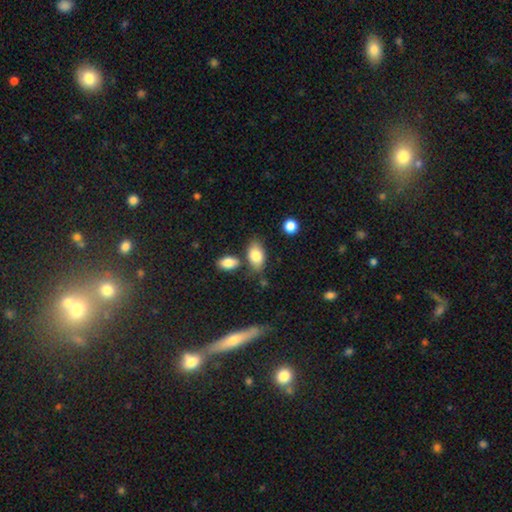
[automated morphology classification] This is clearly a smooth galaxy (81%). How rounded: clearly in between (91%). Merging: likely none (67%).